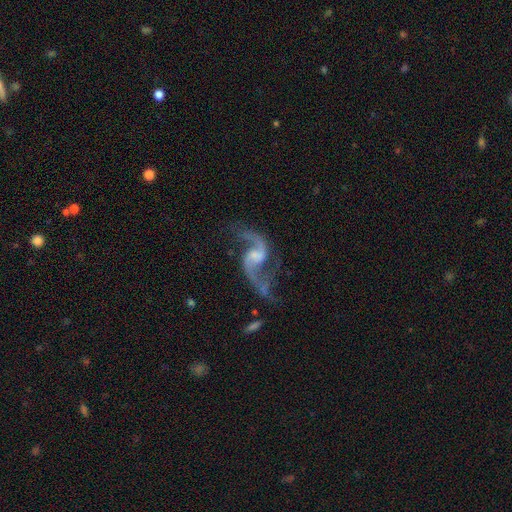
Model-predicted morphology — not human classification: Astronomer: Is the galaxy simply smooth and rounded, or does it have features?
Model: featured or disk — 92%.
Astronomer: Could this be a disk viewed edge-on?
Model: no — 98%.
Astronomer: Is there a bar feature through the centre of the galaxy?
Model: weak — 46% (runner-up: no, 42%).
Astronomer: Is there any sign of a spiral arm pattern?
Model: yes — 97%.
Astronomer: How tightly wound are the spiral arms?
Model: loose — 75%.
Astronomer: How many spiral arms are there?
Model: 2 — 94%.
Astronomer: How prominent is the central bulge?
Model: small — 47% (runner-up: moderate, 26%).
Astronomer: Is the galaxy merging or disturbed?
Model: none — 64%.